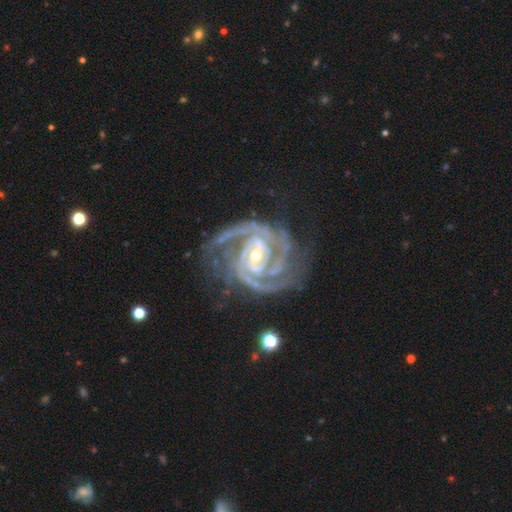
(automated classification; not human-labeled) Smooth or featured?
  - featured or disk: 94% *
  - star or artifact: 4%
  - smooth: 2%
Edge-on disk?
  - no: 98% *
  - yes: 2%
Bar?
  - weak: 38% *
  - no: 33%
  - strong: 29%
Spiral arms?
  - yes: 99% *
  - no: 1%
Spiral winding?
  - tight: 64% *
  - medium: 32%
  - loose: 4%
Spiral arm count?
  - 2: 41% *
  - 3: 32%
  - 4: 9%
  - can't tell: 8%
  - more than 4: 5%
  - 1: 5%
Bulge size?
  - small: 54% *
  - moderate: 42%
  - large: 2%
  - none: 1%
  - dominant: 1%
Merging?
  - none: 68% *
  - minor disturbance: 19%
  - major disturbance: 11%
  - merger: 2%